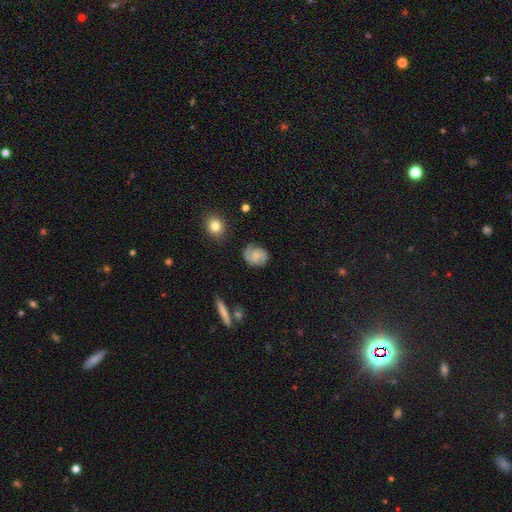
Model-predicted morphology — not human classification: smooth_or_featured: smooth (p=0.50) [alt: featured or disk p=0.41]
how_rounded: round (p=0.55) [alt: in between p=0.43]
merging: none (p=0.72) [alt: minor disturbance p=0.20]